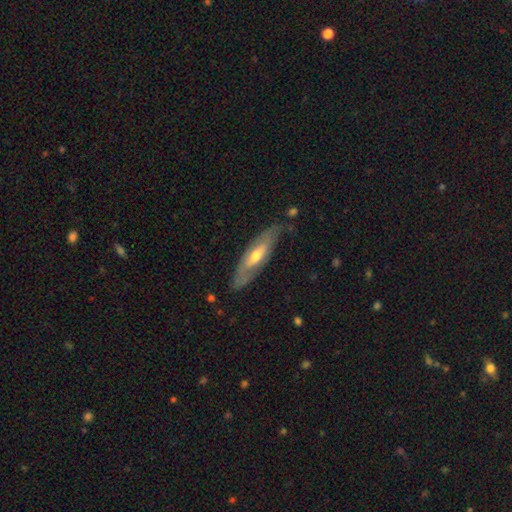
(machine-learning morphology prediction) Q: Smooth or featured?
A: featured or disk (62%); runner-up: smooth (33%)
Q: Edge-on disk?
A: no (55%); runner-up: yes (45%)
Q: Merging?
A: none (74%); runner-up: minor disturbance (19%)